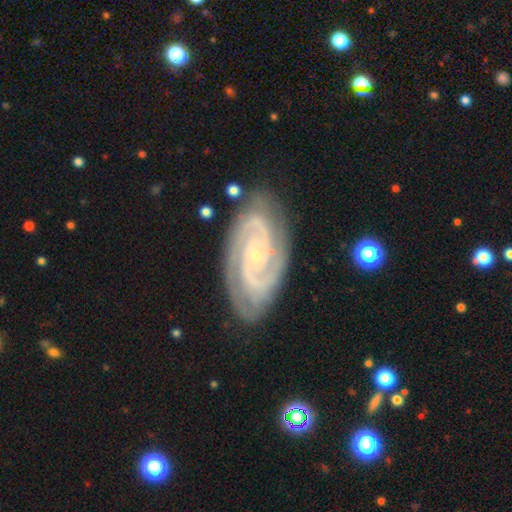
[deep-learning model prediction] A featured or disk galaxy (92%) with no bar (66%), 2 (67%) tight (70%) spiral arms (99%) and a small central bulge (85%).

Vote fractions:
- Smooth or featured? featured or disk: 92% / star or artifact: 4% / smooth: 4%
- Edge-on disk? no: 97% / yes: 3%
- Bar? no: 66% / weak: 24% / strong: 10%
- Spiral arms? yes: 99% / no: 1%
- Spiral winding? tight: 70% / medium: 26% / loose: 3%
- Spiral arm count? 2: 67% / 3: 16% / can't tell: 6% / 4: 4% / more than 4: 3% / 1: 3%
- Bulge size? small: 85% / moderate: 10% / none: 3% / large: 1% / dominant: 1%
- Merging? none: 82% / minor disturbance: 14% / major disturbance: 3% / merger: 1%